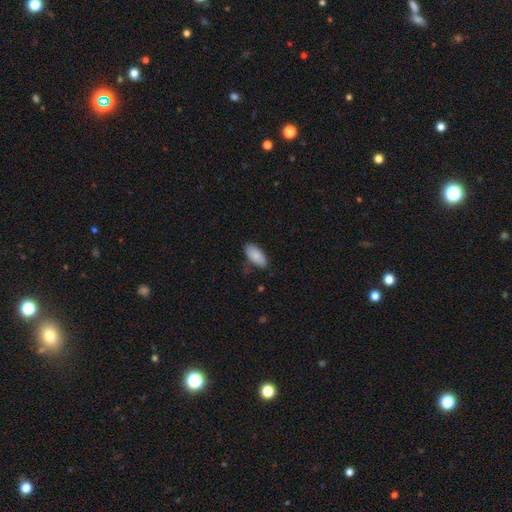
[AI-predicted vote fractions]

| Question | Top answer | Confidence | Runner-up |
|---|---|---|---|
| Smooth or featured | smooth | 86% | featured or disk (8%) |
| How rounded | in between | 90% | cigar-shaped (8%) |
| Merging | none | 79% | minor disturbance (16%) |